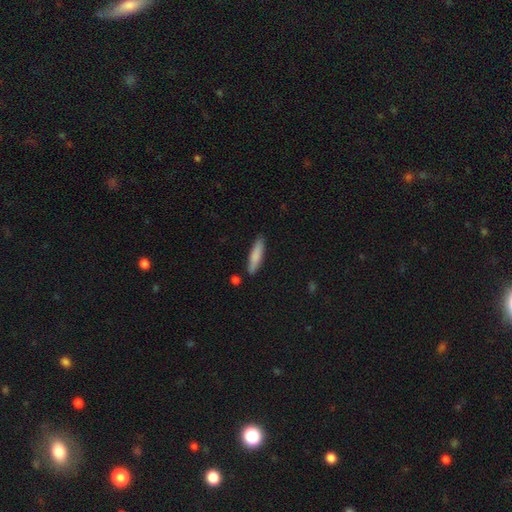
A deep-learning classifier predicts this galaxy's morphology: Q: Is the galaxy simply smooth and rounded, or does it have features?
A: smooth — 82%.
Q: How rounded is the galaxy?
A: cigar-shaped — 78%.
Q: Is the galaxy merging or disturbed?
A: none — 83%.